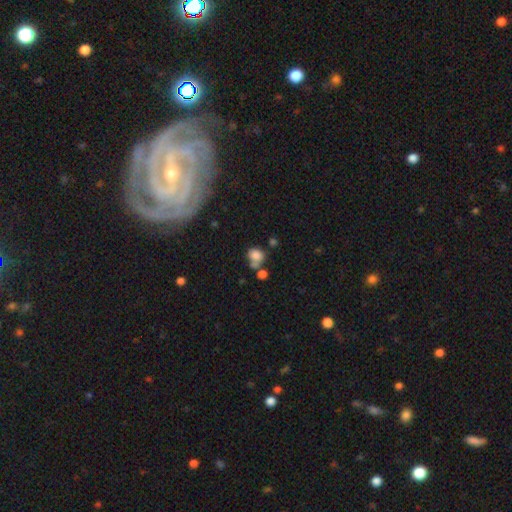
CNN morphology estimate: Overall: smooth (78%). How rounded: round (65%; in between 34%). Merging: none (44%; merger 29%).